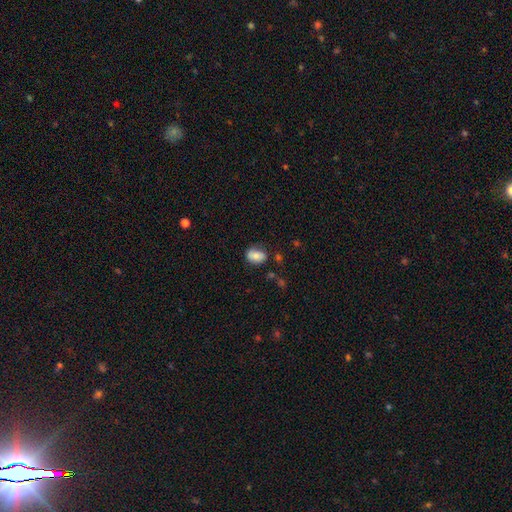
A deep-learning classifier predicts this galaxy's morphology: Smooth or featured?
  - smooth: 77% *
  - featured or disk: 15%
  - star or artifact: 8%
How rounded?
  - in between: 79% *
  - round: 19%
  - cigar-shaped: 1%
Merging?
  - none: 68% *
  - minor disturbance: 23%
  - major disturbance: 6%
  - merger: 4%